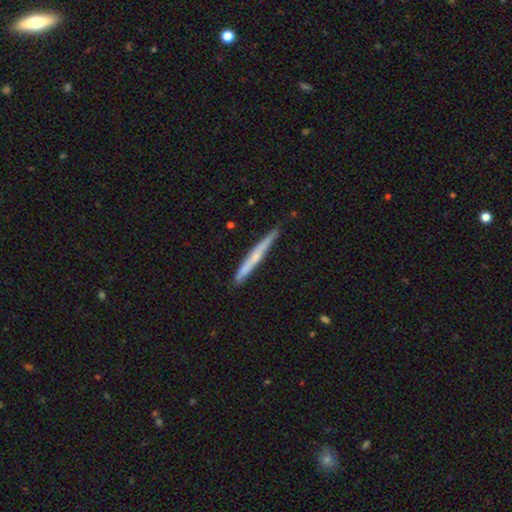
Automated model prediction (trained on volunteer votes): Smooth or featured? Predicted: featured or disk (p=0.51). Edge-on disk? Predicted: yes (p=0.96). Merging? Predicted: none (p=0.85).